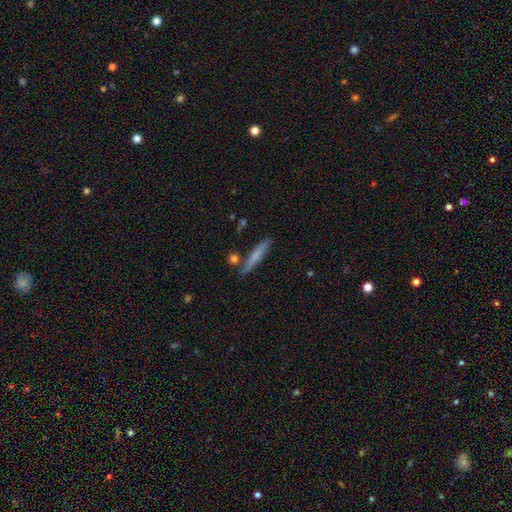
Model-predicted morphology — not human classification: smooth_or_featured: smooth (p=0.60) [alt: featured or disk p=0.33]
how_rounded: cigar-shaped (p=0.92) [alt: in between p=0.06]
merging: none (p=0.78) [alt: minor disturbance p=0.13]